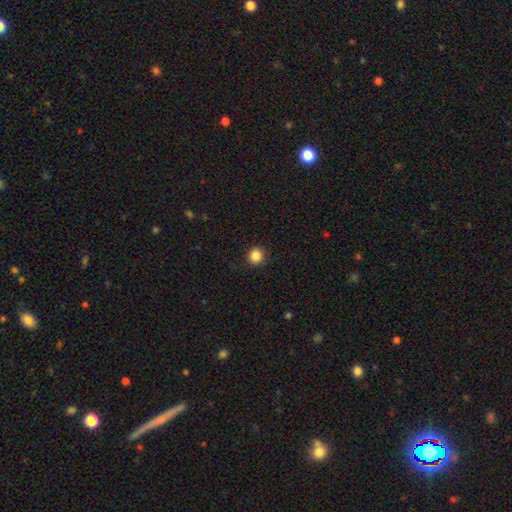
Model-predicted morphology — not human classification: smooth 87%, star or artifact 11%, featured or disk 3%. Down the decision tree: how rounded — round (95%); merging — none (92%).